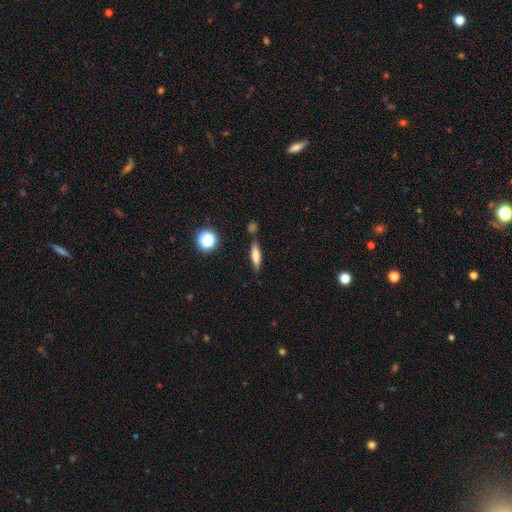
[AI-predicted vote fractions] Q: Smooth or featured?
A: smooth (63%); runner-up: featured or disk (26%)
Q: How rounded?
A: cigar-shaped (67%); runner-up: in between (28%)
Q: Merging?
A: none (73%); runner-up: minor disturbance (14%)